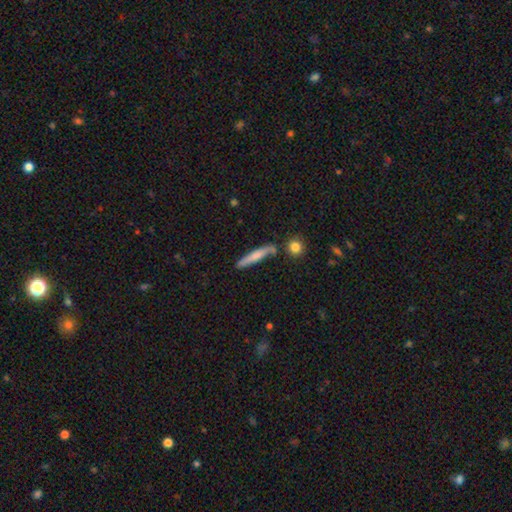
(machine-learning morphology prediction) smooth-or-featured: smooth: 62% | featured or disk: 32% | star or artifact: 6%
  how-rounded: cigar-shaped: 92% | in between: 6% | round: 2%
  merging: none: 76% | minor disturbance: 15% | merger: 6% | major disturbance: 3%